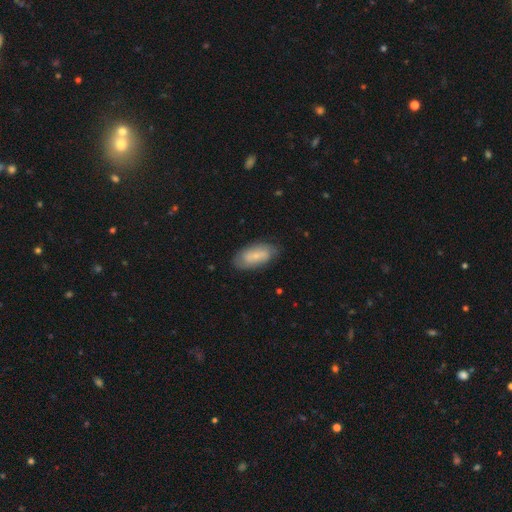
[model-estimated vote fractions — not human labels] Q: Smooth or featured?
A: smooth (56%); runner-up: featured or disk (37%)
Q: How rounded?
A: in between (90%); runner-up: cigar-shaped (7%)
Q: Merging?
A: none (76%); runner-up: minor disturbance (18%)